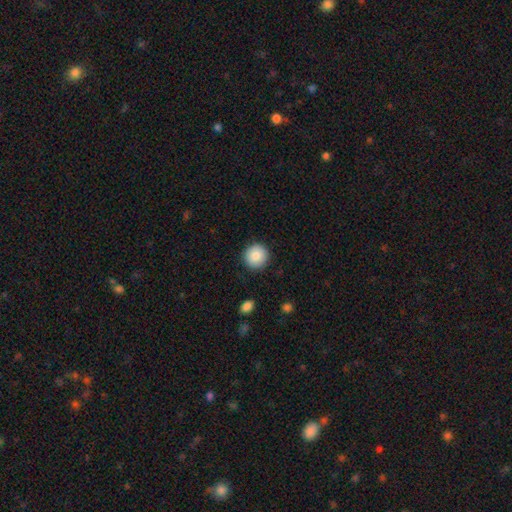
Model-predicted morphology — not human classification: This appears to be a smooth galaxy with no disk features (86%) that is round (94%). Merging: none (91%).